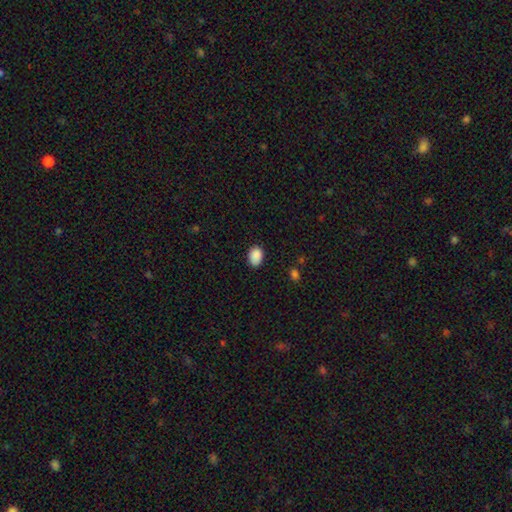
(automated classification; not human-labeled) Morphology: type=smooth (89%); roundness=in between (81%); merging=none (83%).